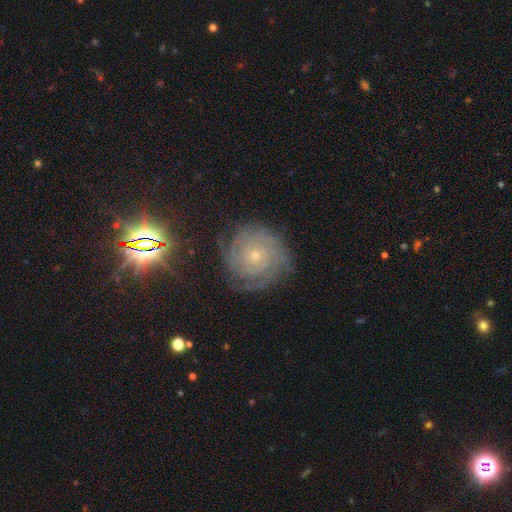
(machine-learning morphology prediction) A featured or disk galaxy (83%) with no bar (79%), tight (84%) spiral arms (97%) and a small central bulge (79%). Merging: none (81%).